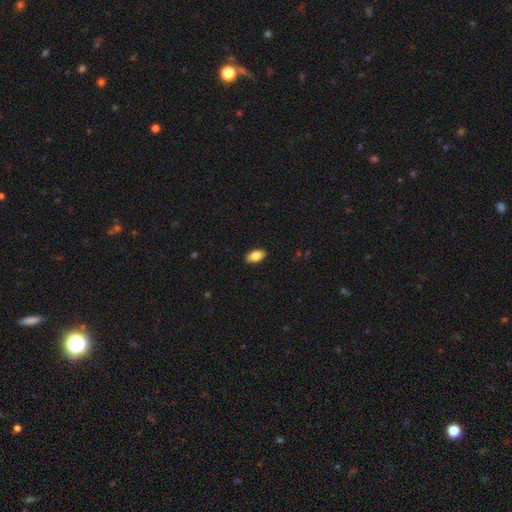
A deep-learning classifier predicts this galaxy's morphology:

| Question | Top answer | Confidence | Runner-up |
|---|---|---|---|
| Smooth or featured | smooth | 82% | featured or disk (12%) |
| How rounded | in between | 92% | cigar-shaped (4%) |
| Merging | none | 90% | minor disturbance (7%) |